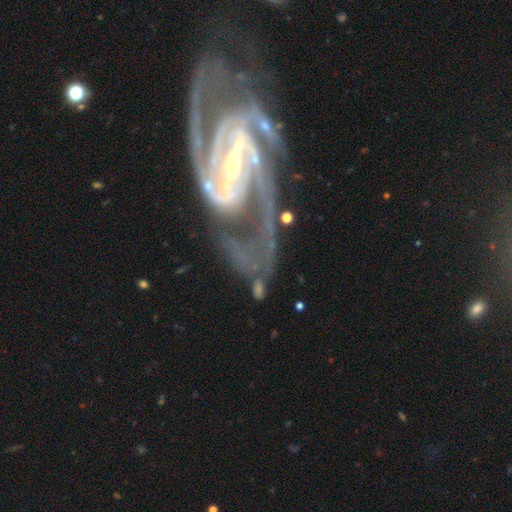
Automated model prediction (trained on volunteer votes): Overall: featured or disk (92%). Edge-on disk: no (97%). Bar: strong (68%). Spiral arms: yes (98%). Spiral arm count: 2 (72%). Spiral winding: medium (50%; tight 38%). Bulge size: small (79%). Merging: none (51%; major disturbance 21%).